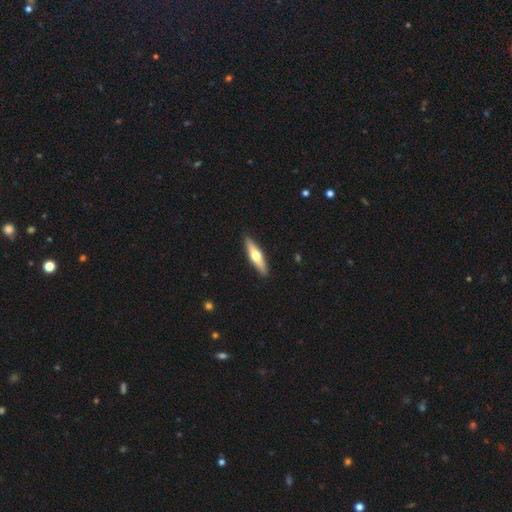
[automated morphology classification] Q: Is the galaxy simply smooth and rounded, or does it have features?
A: featured or disk — 50%.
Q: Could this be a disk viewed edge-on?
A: yes — 93%.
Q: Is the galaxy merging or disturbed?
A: none — 91%.